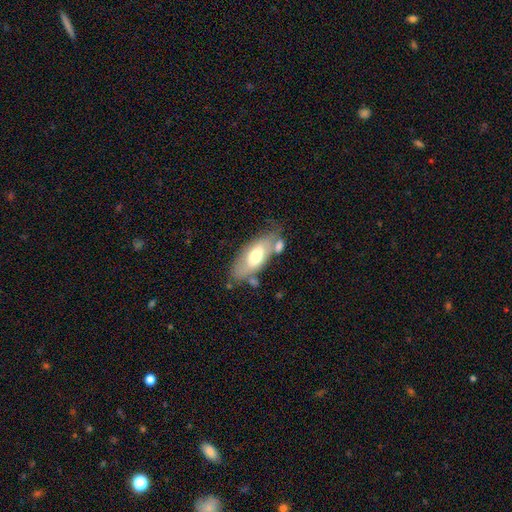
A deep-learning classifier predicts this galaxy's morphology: type=smooth (56%); roundness=in between (85%); merging=none (57%).